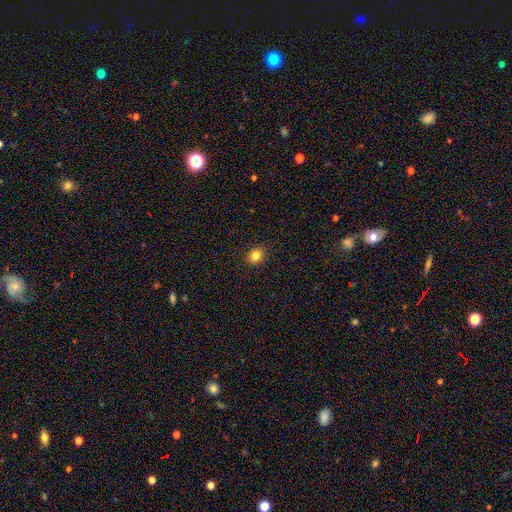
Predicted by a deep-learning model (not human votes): Q: Smooth or featured?
A: smooth (83%); runner-up: star or artifact (12%)
Q: How rounded?
A: round (70%); runner-up: in between (29%)
Q: Merging?
A: none (91%); runner-up: minor disturbance (6%)